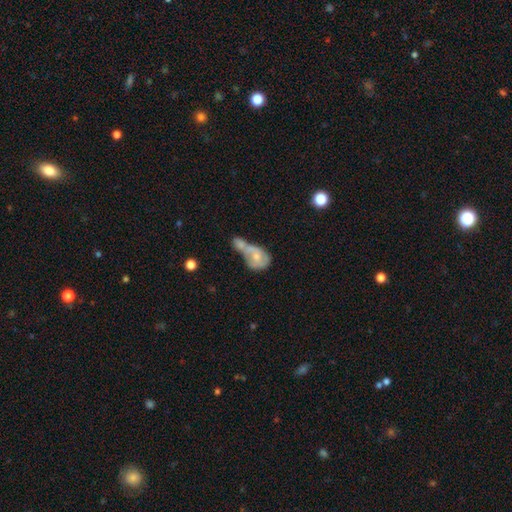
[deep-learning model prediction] The model was most divided on "smooth or featured": smooth: 55%, featured or disk: 38%, star or artifact: 7%. More confident: merging — merger (71%); how rounded — in between (59%).